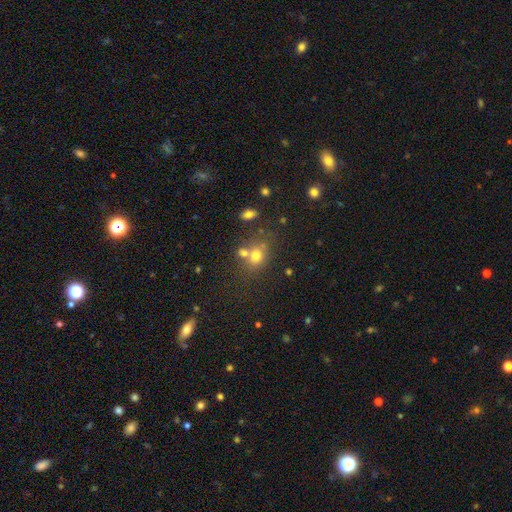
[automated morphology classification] Smooth or featured?
  - smooth: 70% *
  - star or artifact: 16%
  - featured or disk: 14%
How rounded?
  - round: 56% *
  - in between: 43%
  - cigar-shaped: 1%
Merging?
  - none: 49% *
  - merger: 34%
  - minor disturbance: 12%
  - major disturbance: 5%